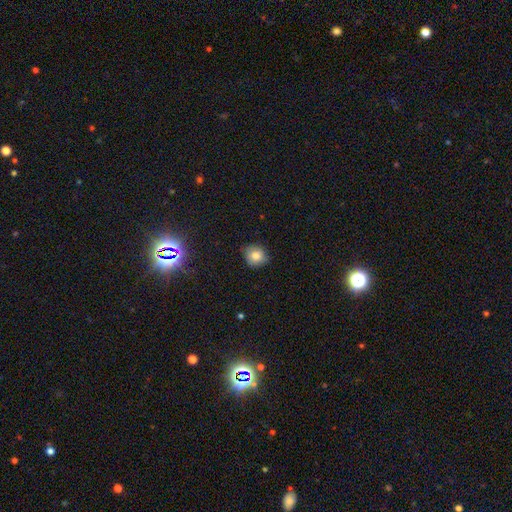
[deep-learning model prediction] A smooth galaxy with no disk features (79%) that is round (75%). Merging: none (76%).